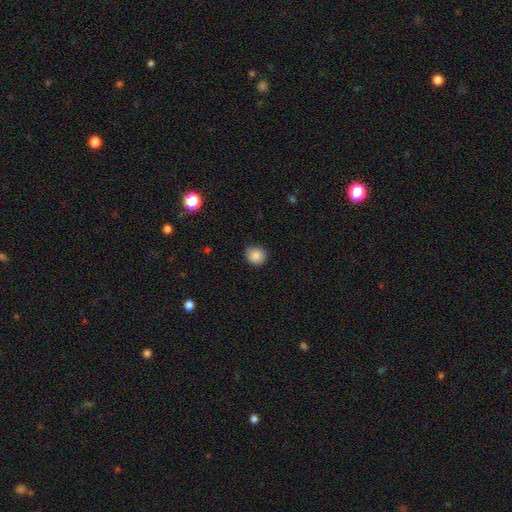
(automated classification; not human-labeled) Morphology: type=smooth (86%); roundness=round (80%); merging=none (84%).